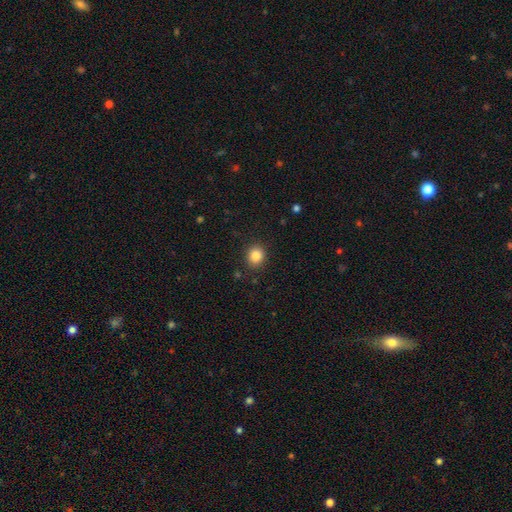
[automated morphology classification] A smooth galaxy with no disk features (85%) that is round (77%).

Vote fractions:
- Smooth or featured? smooth: 85% / star or artifact: 10% / featured or disk: 5%
- How rounded? round: 77% / in between: 22% / cigar-shaped: 1%
- Merging? none: 89% / minor disturbance: 7% / major disturbance: 2% / merger: 1%